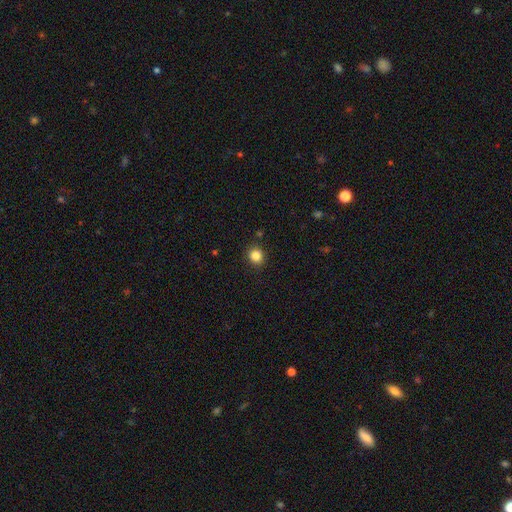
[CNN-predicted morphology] Smooth or featured?
  - smooth: 85% *
  - star or artifact: 11%
  - featured or disk: 4%
How rounded?
  - round: 84% *
  - in between: 16%
  - cigar-shaped: 1%
Merging?
  - none: 88% *
  - minor disturbance: 8%
  - major disturbance: 2%
  - merger: 2%